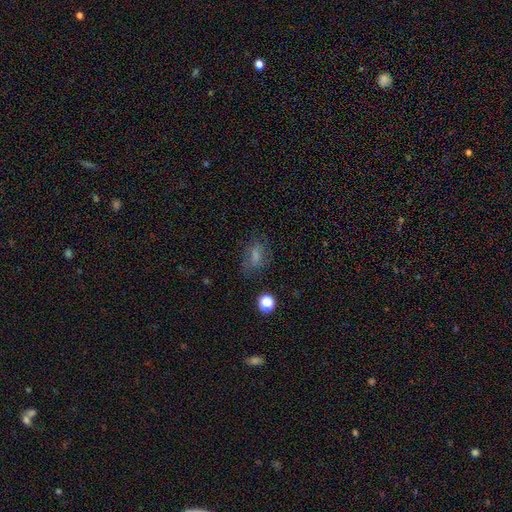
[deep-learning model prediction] This is likely a smooth galaxy (64%). How rounded: likely in between (72%). Merging: likely none (65%).